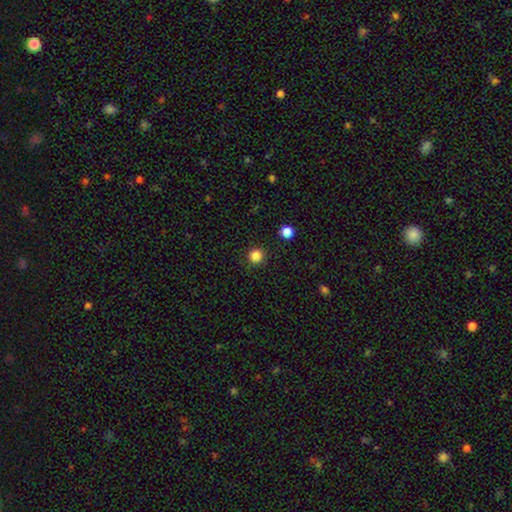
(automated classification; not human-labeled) Smooth or featured: smooth — 85% (star or artifact — 12%)
How rounded: round — 95% (in between — 4%)
Merging: none — 92% (minor disturbance — 5%)